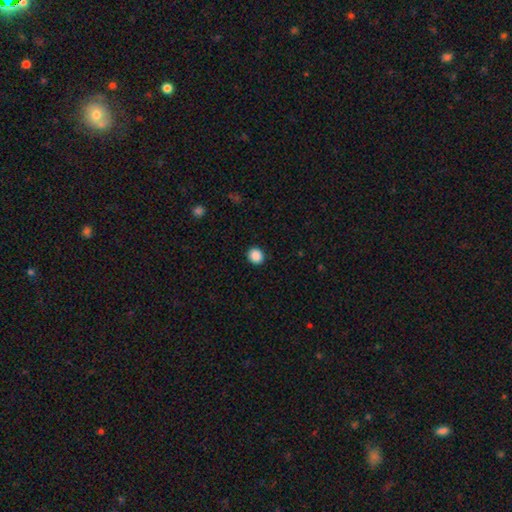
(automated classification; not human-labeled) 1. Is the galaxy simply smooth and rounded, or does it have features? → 89% smooth, 9% star or artifact, 2% featured or disk.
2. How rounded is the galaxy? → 78% round, 21% in between, 1% cigar-shaped.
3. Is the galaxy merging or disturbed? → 92% none, 5% minor disturbance, 2% major disturbance, 1% merger.